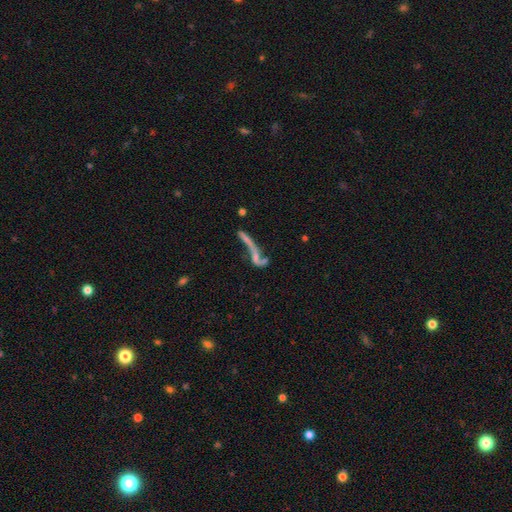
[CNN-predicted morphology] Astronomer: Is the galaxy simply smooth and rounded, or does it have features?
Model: featured or disk — 57%.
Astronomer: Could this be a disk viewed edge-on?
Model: no — 73%.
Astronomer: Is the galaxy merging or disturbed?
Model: merger — 31% (runner-up: major disturbance, 28%).